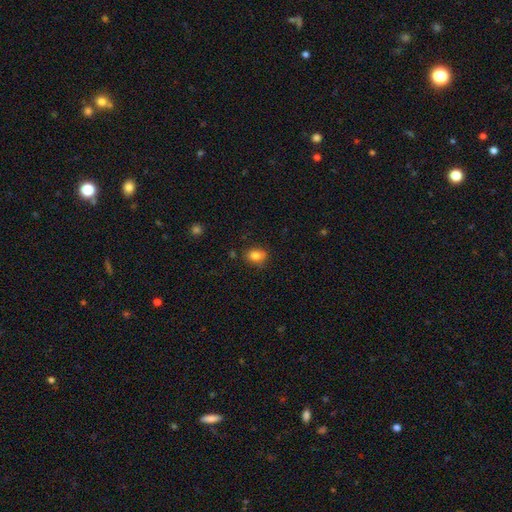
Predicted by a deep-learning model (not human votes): A smooth galaxy with no disk features (82%) that is in between round and cigar-shaped (54%).

Vote fractions:
- Smooth or featured? smooth: 82% / star or artifact: 10% / featured or disk: 8%
- How rounded? in between: 54% / round: 45% / cigar-shaped: 1%
- Merging? none: 77% / minor disturbance: 17% / major disturbance: 3% / merger: 3%